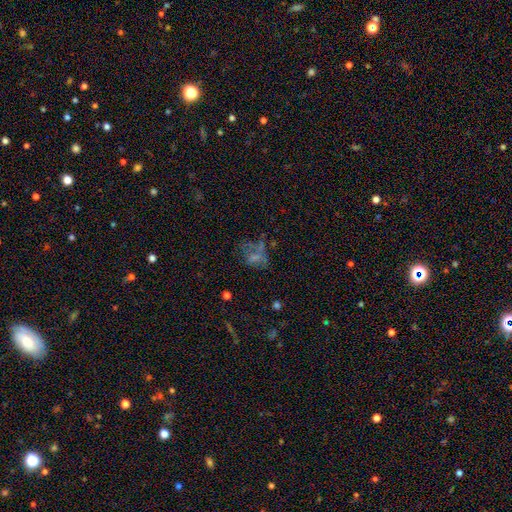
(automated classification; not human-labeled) A smooth galaxy with no disk features (44%). Merging: none (34%, tied with major disturbance).